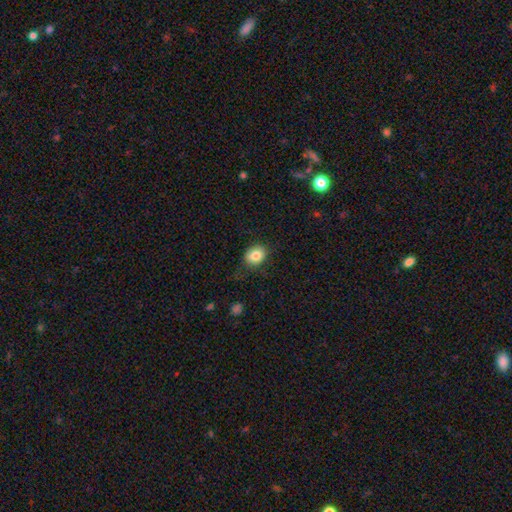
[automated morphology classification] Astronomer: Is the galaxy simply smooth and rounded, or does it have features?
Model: smooth — 83%.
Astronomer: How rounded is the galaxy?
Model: in between — 50% (runner-up: round, 49%).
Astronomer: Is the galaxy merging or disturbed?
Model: none — 78%.